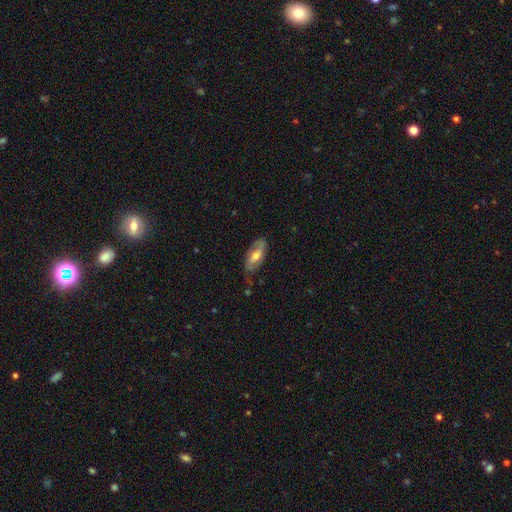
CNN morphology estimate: Smooth or featured?
  - featured or disk: 59% *
  - smooth: 35%
  - star or artifact: 6%
Edge-on disk?
  - no: 86% *
  - yes: 14%
Bar?
  - weak: 39% *
  - no: 35%
  - strong: 26%
Spiral arms?
  - yes: 77% *
  - no: 23%
Bulge size?
  - moderate: 67% *
  - small: 23%
  - large: 7%
  - none: 2%
  - dominant: 1%
Merging?
  - none: 70% *
  - minor disturbance: 22%
  - major disturbance: 6%
  - merger: 2%